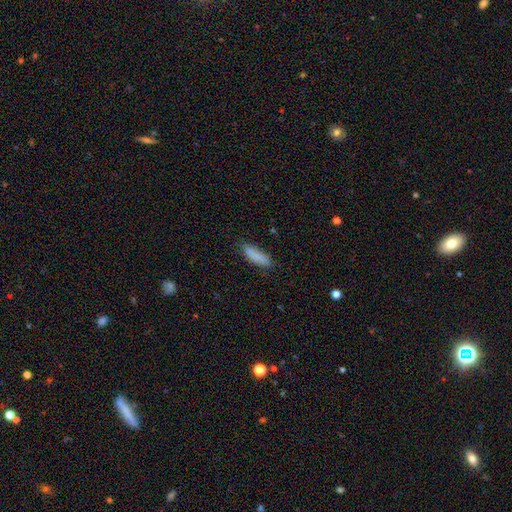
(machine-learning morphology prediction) This is clearly a smooth galaxy (86%). How rounded: possibly cigar-shaped (51%). Merging: likely none (77%).